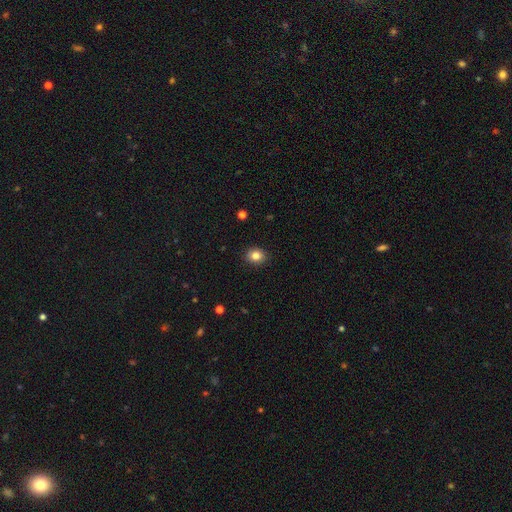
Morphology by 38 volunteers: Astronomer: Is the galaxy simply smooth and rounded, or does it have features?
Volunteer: smooth — 92%.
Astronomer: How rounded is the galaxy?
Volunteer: round — 83%.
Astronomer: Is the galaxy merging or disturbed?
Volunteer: none — 92%.